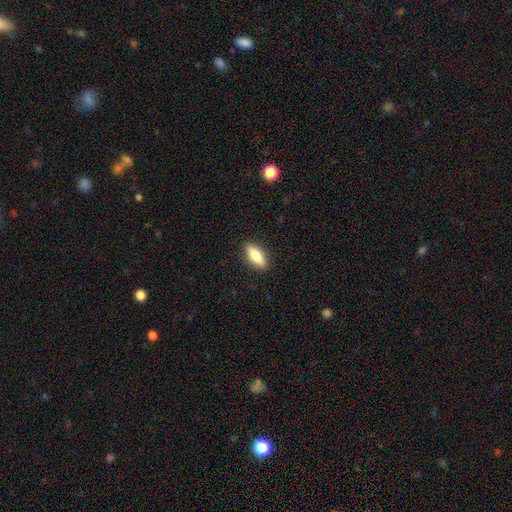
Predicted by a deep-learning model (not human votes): A smooth galaxy with no disk features (75%) that is in between round and cigar-shaped (64%). Merging: none (89%).